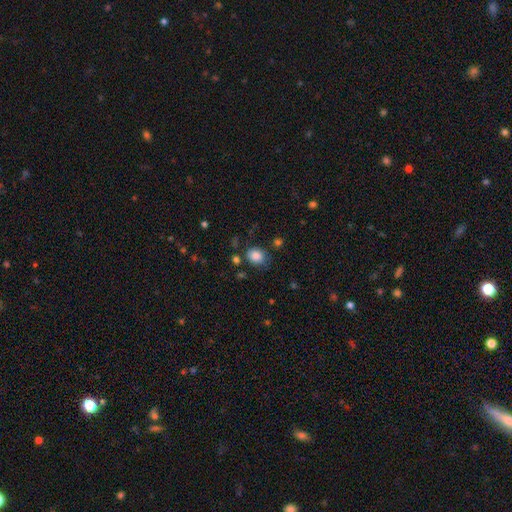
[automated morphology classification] type=smooth (84%); roundness=round (59%); merging=none (72%).